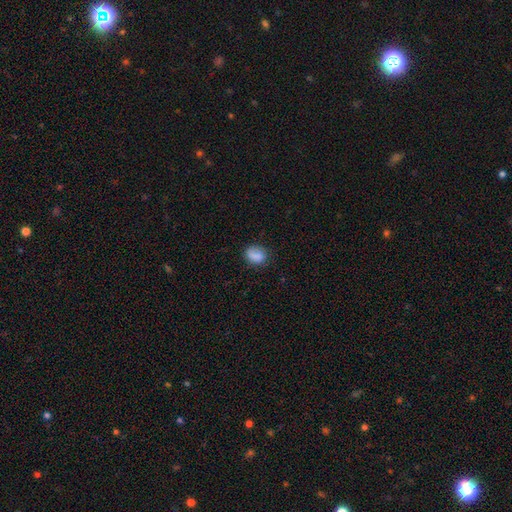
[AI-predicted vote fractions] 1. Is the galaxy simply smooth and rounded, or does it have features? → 82% smooth, 9% featured or disk, 9% star or artifact.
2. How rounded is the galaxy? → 57% in between, 41% round, 1% cigar-shaped.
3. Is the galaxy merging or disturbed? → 69% none, 22% minor disturbance, 7% major disturbance, 2% merger.